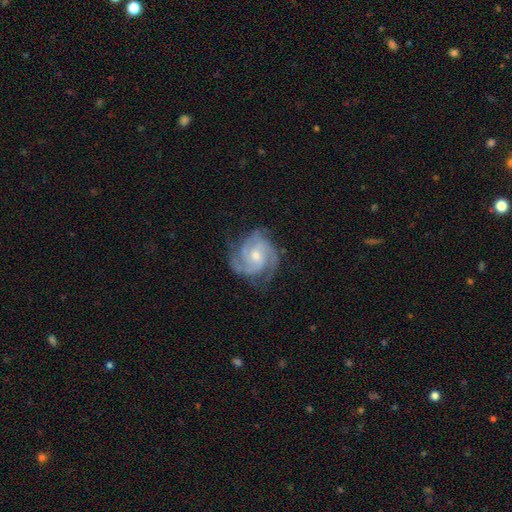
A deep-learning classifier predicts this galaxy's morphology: This appears to be a featured or disk galaxy (88%) with no bar (64%), 3 (45%) tight (58%) spiral arms (98%) and a moderate central bulge (56%). Merging: none (72%).